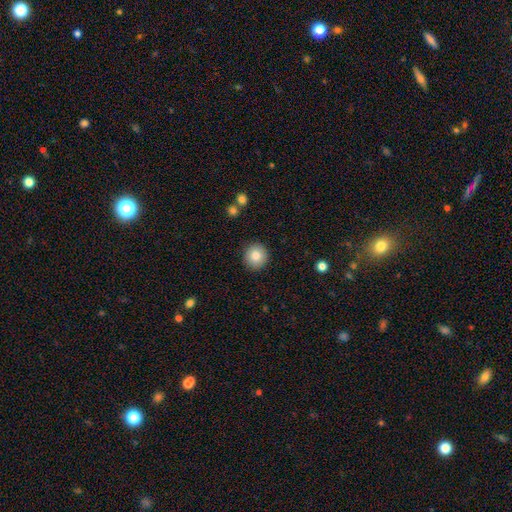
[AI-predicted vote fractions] Smooth or featured? smooth (84%)
How rounded? round (94%)
Merging? none (91%)